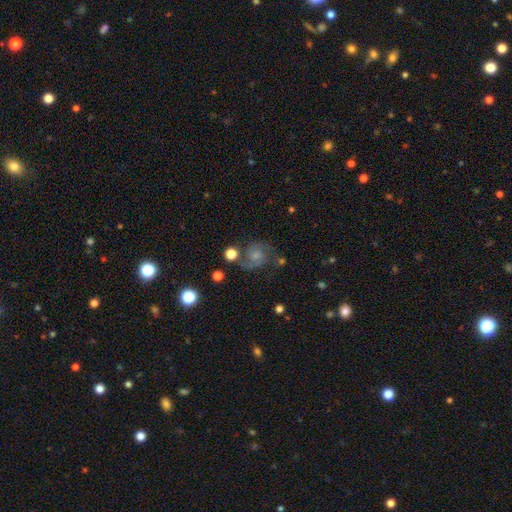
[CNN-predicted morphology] A featured or disk galaxy (62%) with no bar (70%), 2 (84%) medium (52%) spiral arms (92%) and a small central bulge (43%). Merging: none (59%).